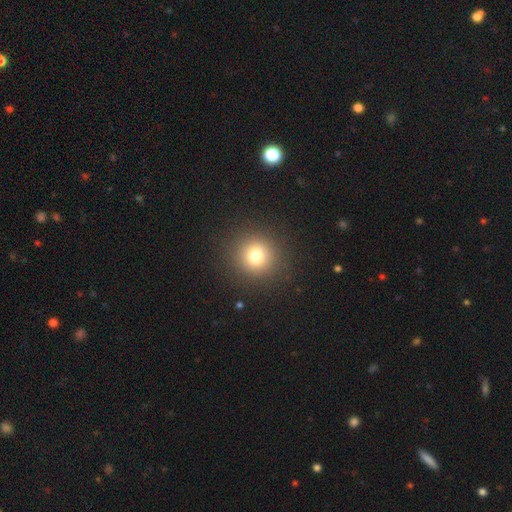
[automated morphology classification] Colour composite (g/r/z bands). It shows a smooth galaxy with no disk features (76%) that is round (94%). Merging: none (91%).